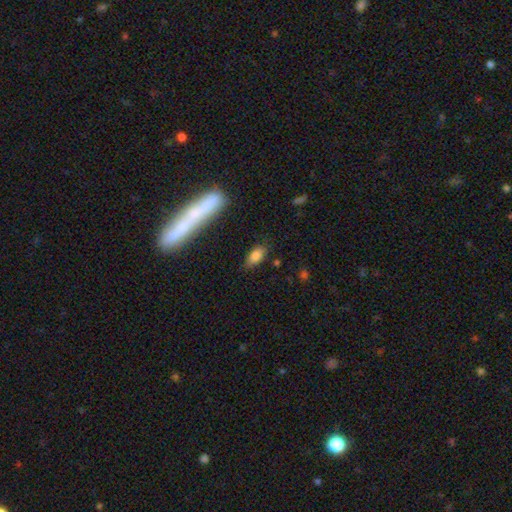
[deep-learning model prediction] smooth-or-featured: smooth: 81% | star or artifact: 10% | featured or disk: 9%
  how-rounded: in between: 88% | cigar-shaped: 7% | round: 5%
  merging: none: 78% | minor disturbance: 15% | major disturbance: 4% | merger: 3%